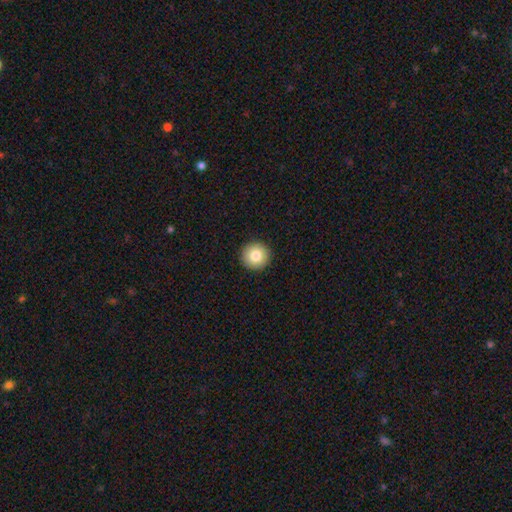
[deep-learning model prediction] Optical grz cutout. It shows a smooth galaxy with no disk features (82%) that is round (95%). Merging: none (93%).